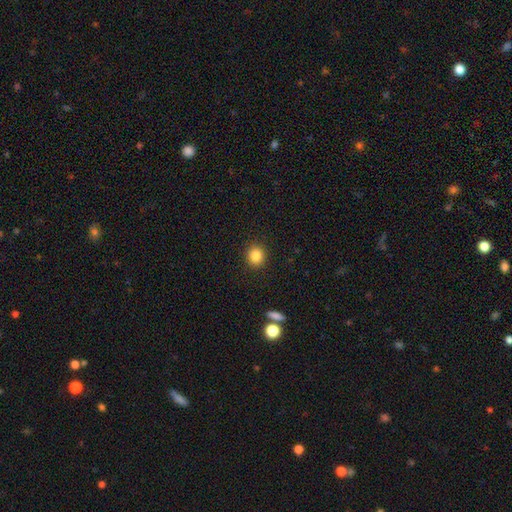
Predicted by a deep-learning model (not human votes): smooth-or-featured: smooth: 84% | star or artifact: 10% | featured or disk: 6%
  how-rounded: round: 82% | in between: 17% | cigar-shaped: 1%
  merging: none: 91% | minor disturbance: 6% | major disturbance: 2% | merger: 1%